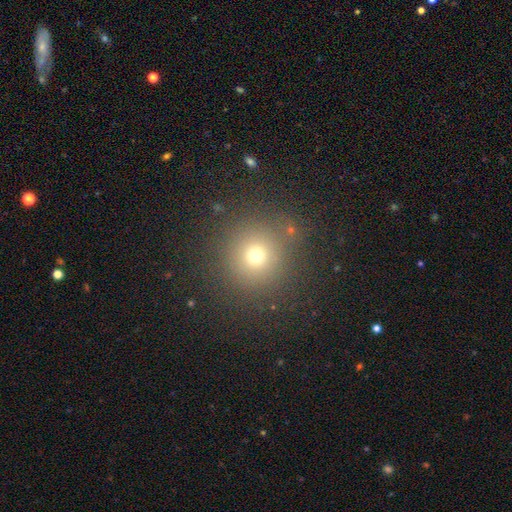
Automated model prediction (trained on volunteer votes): Q: Smooth or featured?
A: smooth (70%); runner-up: star or artifact (21%)
Q: How rounded?
A: round (93%); runner-up: in between (6%)
Q: Merging?
A: none (85%); runner-up: minor disturbance (8%)